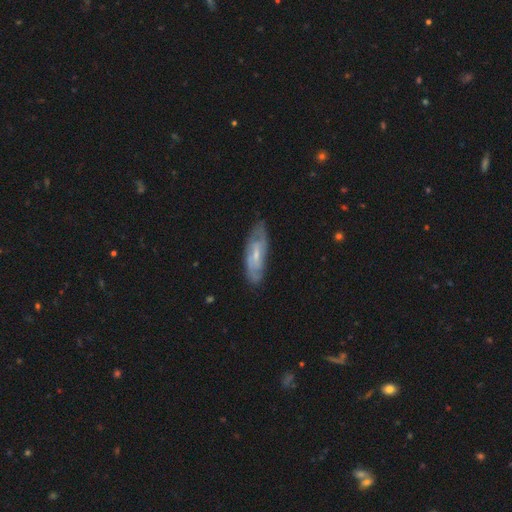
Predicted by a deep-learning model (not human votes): Q: Smooth or featured?
A: featured or disk (65%); runner-up: smooth (29%)
Q: Edge-on disk?
A: no (81%); runner-up: yes (19%)
Q: Bar?
A: weak (49%); runner-up: no (37%)
Q: Spiral arms?
A: yes (79%); runner-up: no (21%)
Q: Bulge size?
A: small (59%); runner-up: moderate (33%)
Q: Merging?
A: none (74%); runner-up: minor disturbance (19%)